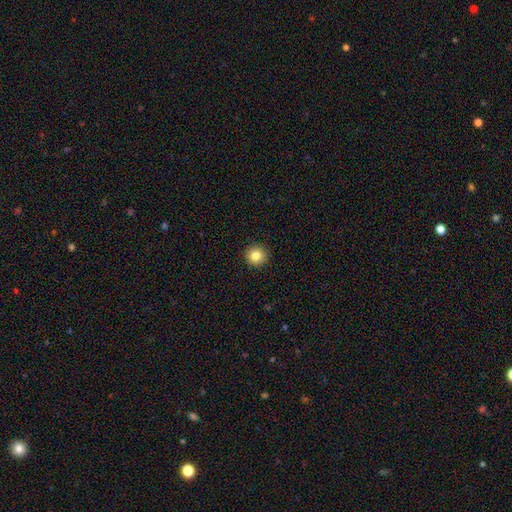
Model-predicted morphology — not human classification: smooth 82%, star or artifact 10%, featured or disk 7%. Down the decision tree: how rounded — round (95%); merging — none (93%).